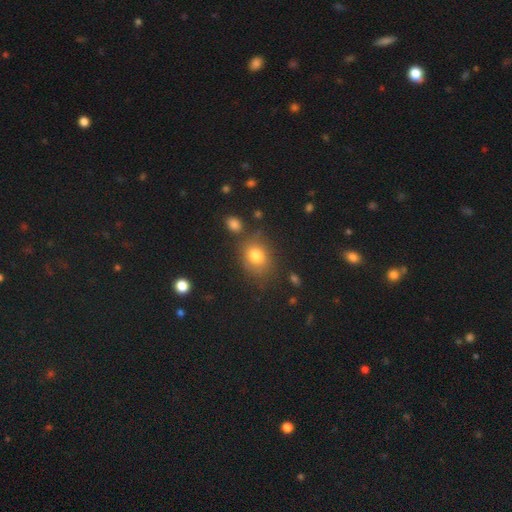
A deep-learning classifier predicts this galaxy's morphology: This is likely a smooth galaxy (79%). How rounded: possibly round (50%). Merging: likely none (70%).